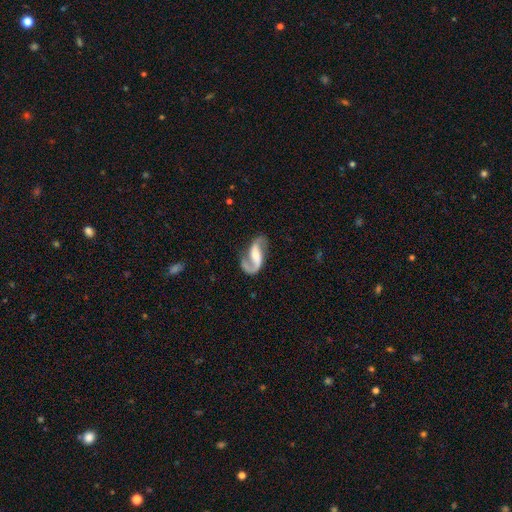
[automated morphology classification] Smooth or featured? Predicted: featured or disk (p=0.88). Edge-on disk? Predicted: no (p=0.97). Bar? Predicted: weak (p=0.40). Spiral arms? Predicted: yes (p=0.97). Spiral winding? Predicted: loose (p=0.53). Spiral arm count? Predicted: 2 (p=0.80). Bulge size? Predicted: moderate (p=0.45). Merging? Predicted: none (p=0.66).